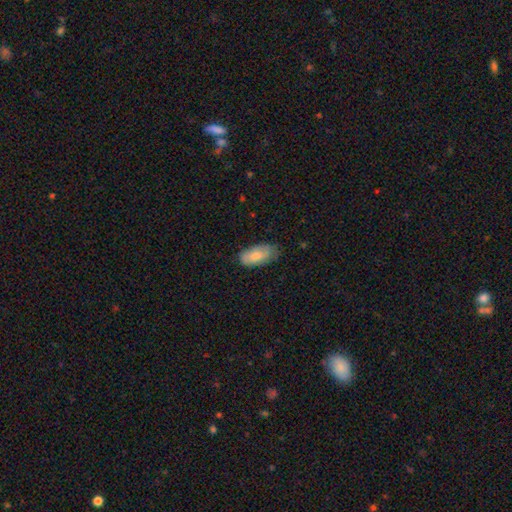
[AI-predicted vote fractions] Smooth or featured?
  - smooth: 76% *
  - featured or disk: 18%
  - star or artifact: 6%
How rounded?
  - in between: 92% *
  - cigar-shaped: 6%
  - round: 3%
Merging?
  - none: 68% *
  - minor disturbance: 26%
  - major disturbance: 5%
  - merger: 1%